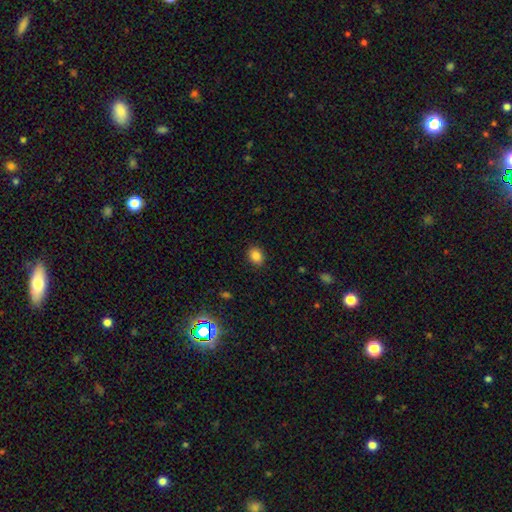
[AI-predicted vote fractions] Smooth or featured? smooth (85%)
How rounded? in between (51%)
Merging? none (88%)